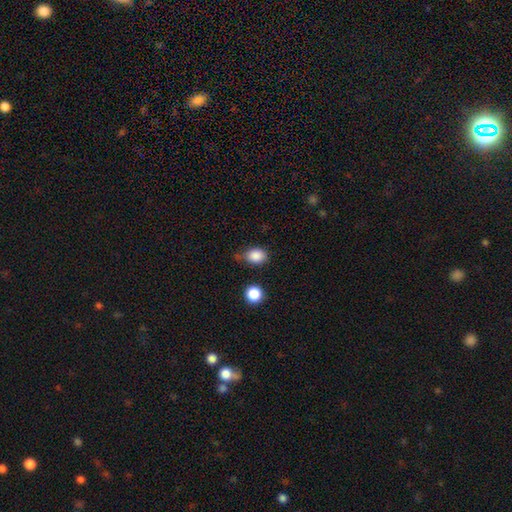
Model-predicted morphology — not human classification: This is clearly a smooth galaxy (86%). How rounded: possibly in between (58%). Merging: likely none (65%).